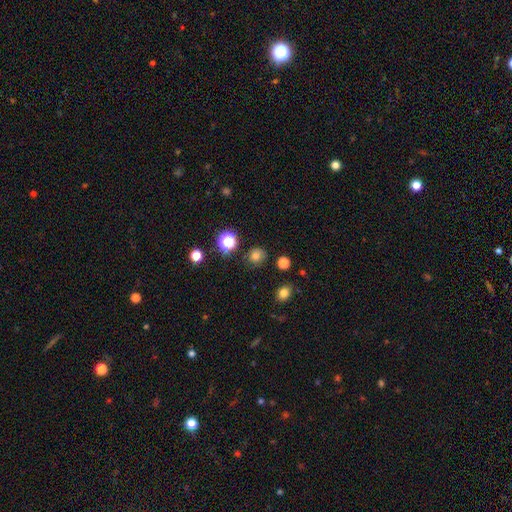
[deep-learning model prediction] Smooth or featured? smooth (74%)
How rounded? round (78%)
Merging? none (81%)